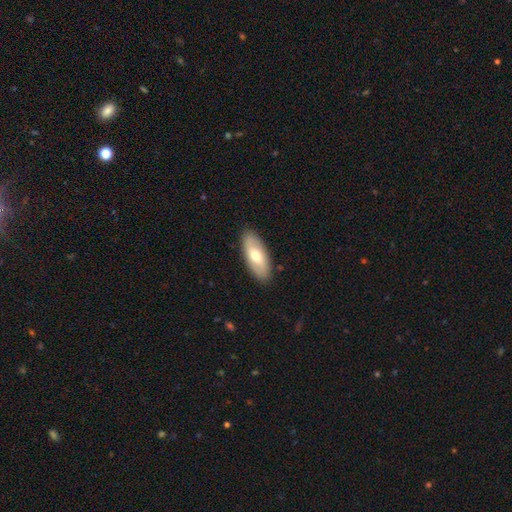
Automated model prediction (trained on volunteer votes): A smooth galaxy with no disk features (58%) that is in between round and cigar-shaped (86%).

Vote fractions:
- Smooth or featured? smooth: 58% / featured or disk: 37% / star or artifact: 5%
- How rounded? in between: 86% / cigar-shaped: 11% / round: 3%
- Merging? none: 88% / minor disturbance: 9% / major disturbance: 2% / merger: 1%